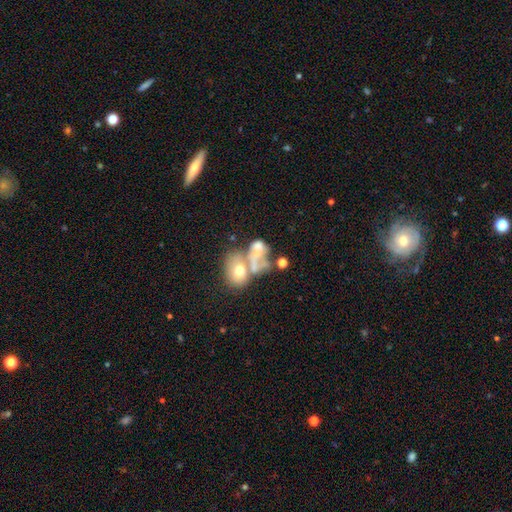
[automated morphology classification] A smooth galaxy with no disk features (50%). Merging: merger (57%).